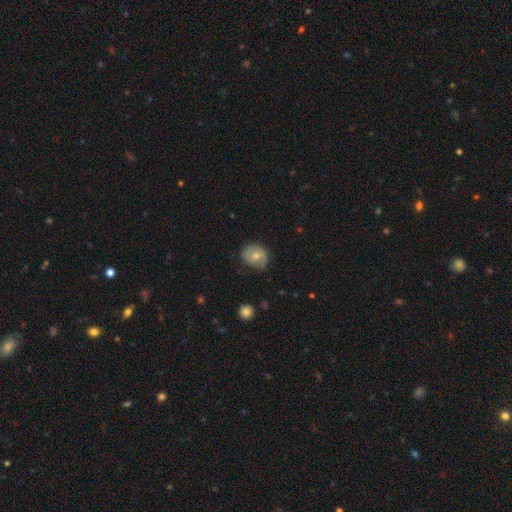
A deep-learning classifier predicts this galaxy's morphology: A smooth galaxy with no disk features (61%) that is round (66%). Merging: none (60%).